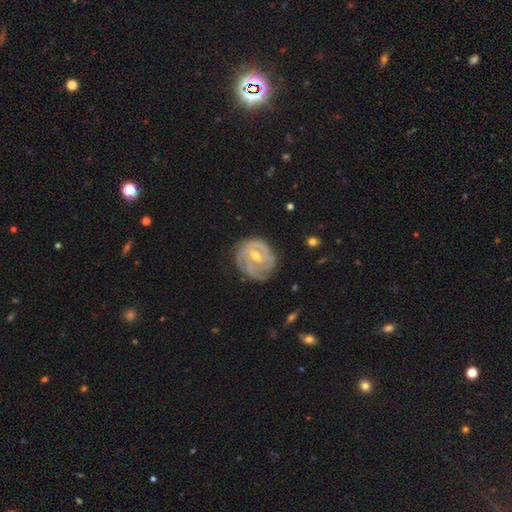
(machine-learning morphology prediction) smooth-or-featured: featured or disk: 84% | smooth: 11% | star or artifact: 6%
  disk-edge-on: no: 97% | yes: 3%
    bar: weak: 48% | no: 33% | strong: 20%
    has-spiral-arms: yes: 92% | no: 8%
      spiral-winding: tight: 68% | medium: 25% | loose: 7%
      spiral-arm-count: 2: 31% | can't tell: 27% | 3: 26% | 4: 6% | 1: 6% | more than 4: 4%
    bulge-size: moderate: 68% | small: 28% | large: 2% | none: 1% | dominant: 1%
  merging: none: 72% | minor disturbance: 20% | major disturbance: 7% | merger: 1%